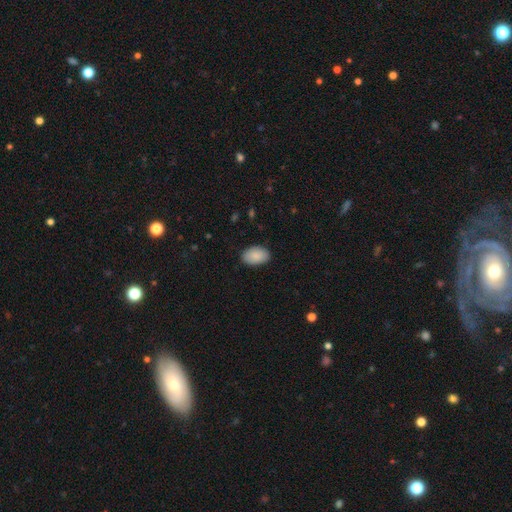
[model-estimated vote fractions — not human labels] Morphology: type=smooth (90%); roundness=in between (92%); merging=none (87%).